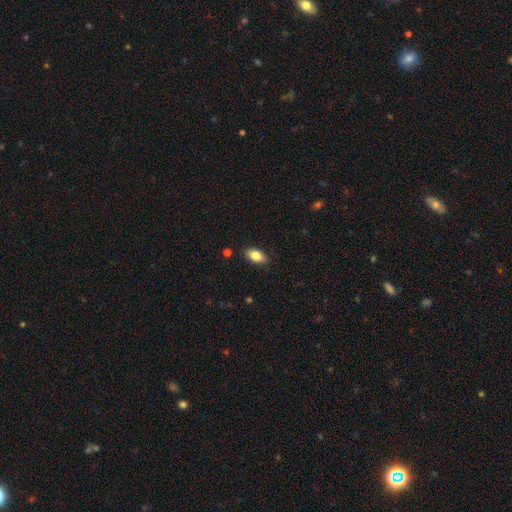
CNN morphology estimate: smooth-or-featured: smooth: 83% | featured or disk: 9% | star or artifact: 7%
  how-rounded: in between: 91% | cigar-shaped: 5% | round: 4%
  merging: none: 89% | minor disturbance: 8% | major disturbance: 2% | merger: 1%